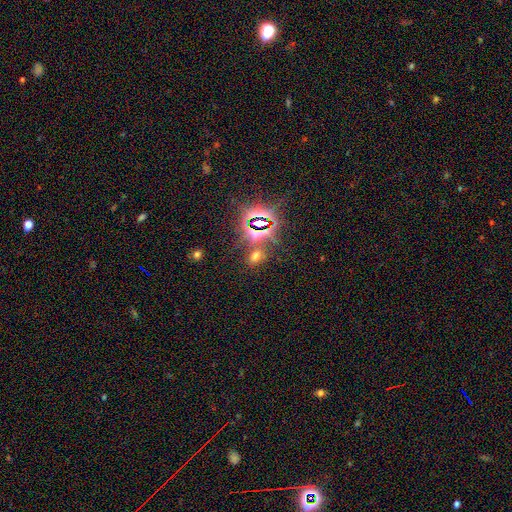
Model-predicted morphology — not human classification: Smooth or featured?
  - star or artifact: 48% *
  - smooth: 45%
  - featured or disk: 8%